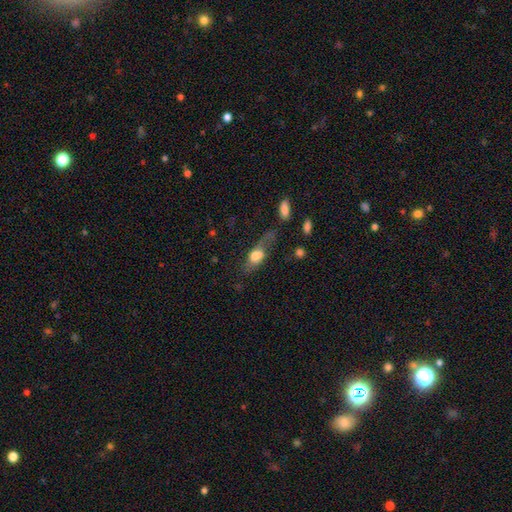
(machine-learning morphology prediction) A smooth galaxy with no disk features (61%) that is in between round and cigar-shaped (73%). Merging: none (34%).